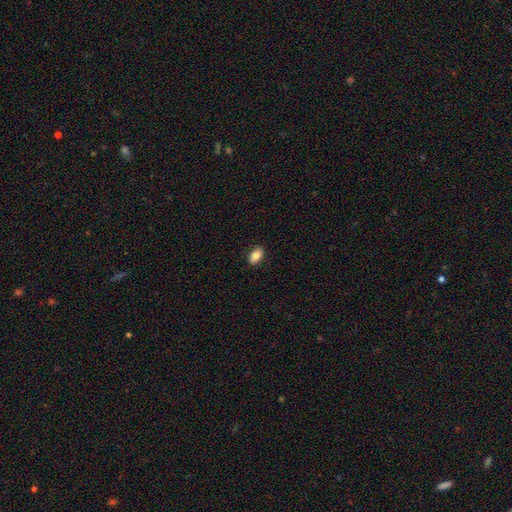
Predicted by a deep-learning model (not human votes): Morphology: type=smooth (81%); roundness=in between (90%); merging=none (89%).